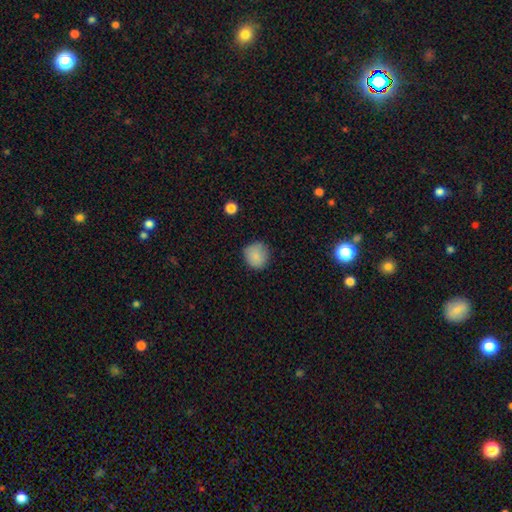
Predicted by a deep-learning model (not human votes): The model was most divided on "merging": none: 78%, minor disturbance: 17%, major disturbance: 4%, merger: 1%. More confident: how rounded — round (89%); smooth or featured — smooth (85%).